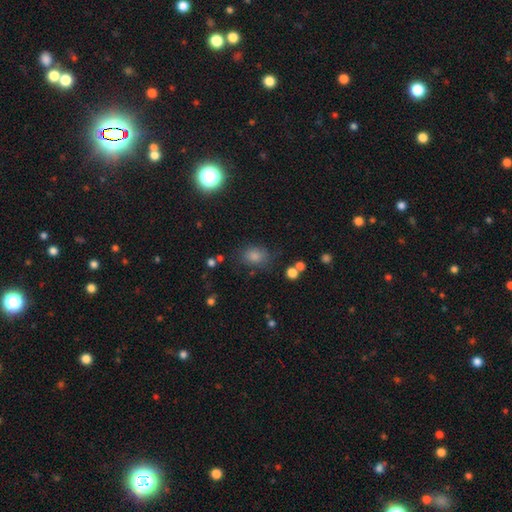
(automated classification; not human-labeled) A smooth galaxy with no disk features (70%) that is in between round and cigar-shaped (61%). Merging: none (77%).